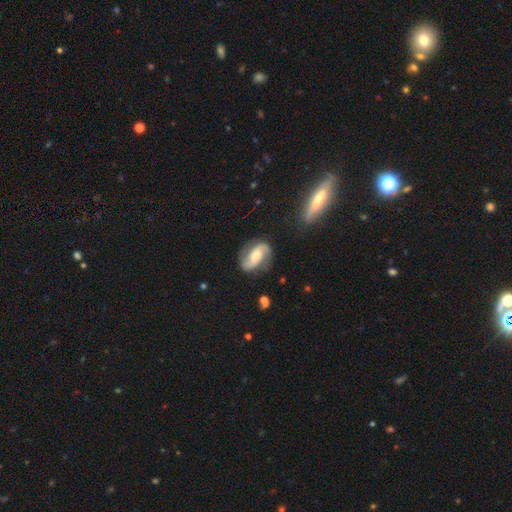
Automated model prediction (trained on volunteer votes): This appears to be a featured or disk galaxy (77%) with no bar (41%), 2 (91%) medium (41%) spiral arms (94%) and a moderate central bulge (56%). Merging: none (77%).